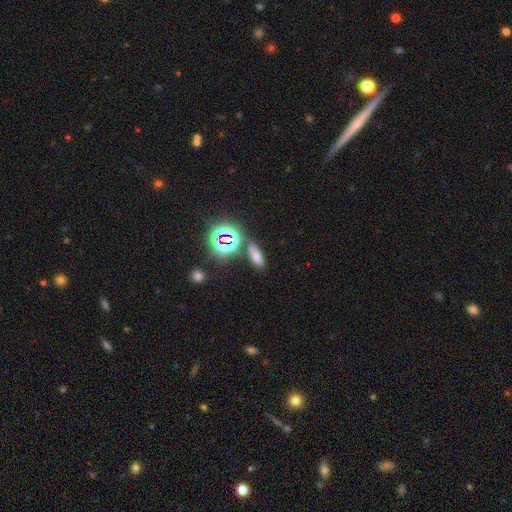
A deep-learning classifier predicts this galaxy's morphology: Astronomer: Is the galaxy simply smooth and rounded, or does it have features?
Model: smooth — 56% (runner-up: star or artifact, 34%).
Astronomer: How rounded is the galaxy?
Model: in between — 73%.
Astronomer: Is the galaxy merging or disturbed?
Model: none — 69%.